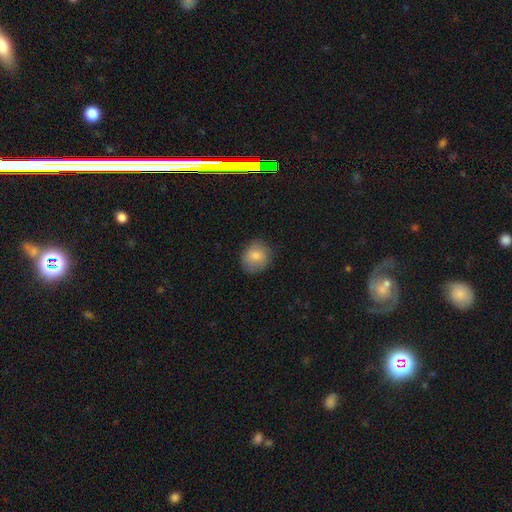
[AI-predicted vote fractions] A smooth galaxy with no disk features (81%) that is round (79%).

Vote fractions:
- Smooth or featured? smooth: 81% / featured or disk: 11% / star or artifact: 8%
- How rounded? round: 79% / in between: 20% / cigar-shaped: 1%
- Merging? none: 81% / minor disturbance: 14% / major disturbance: 4% / merger: 1%